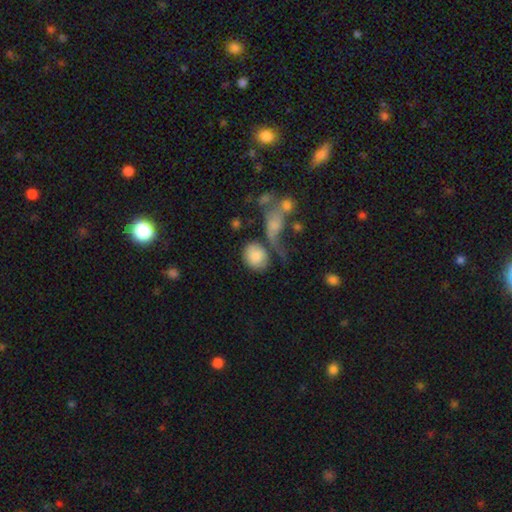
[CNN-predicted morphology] This appears to be a smooth galaxy with no disk features (80%) that is round (53%). Merging: none (38%).